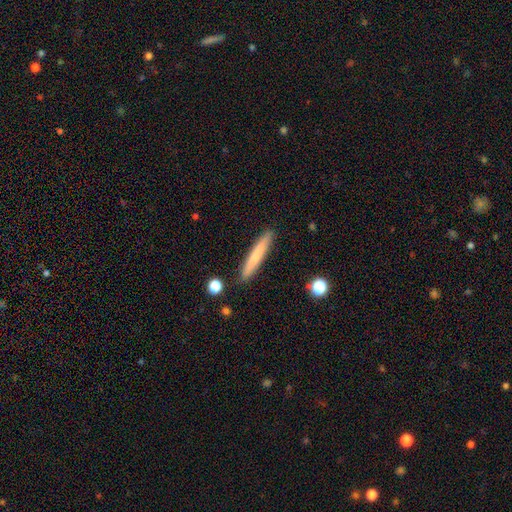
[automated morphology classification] type=smooth (69%); roundness=cigar-shaped (95%); merging=none (91%).